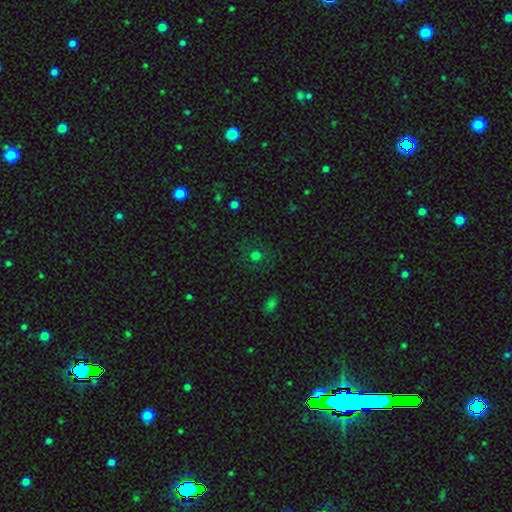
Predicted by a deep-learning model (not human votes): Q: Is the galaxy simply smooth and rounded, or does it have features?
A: smooth — 67%.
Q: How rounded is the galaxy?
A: round — 88%.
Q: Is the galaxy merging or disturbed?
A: none — 82%.